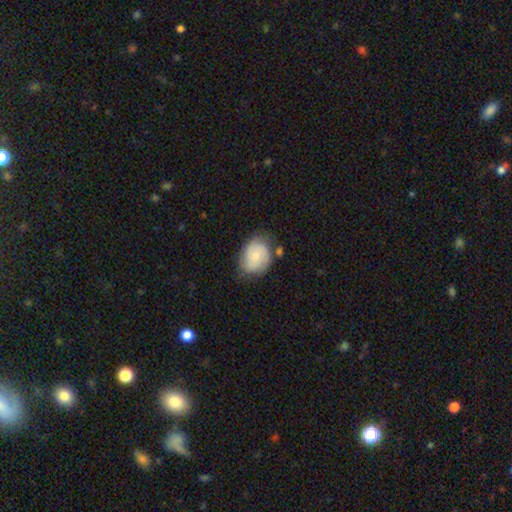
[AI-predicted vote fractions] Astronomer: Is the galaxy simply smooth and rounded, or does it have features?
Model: smooth — 54% (runner-up: featured or disk, 39%).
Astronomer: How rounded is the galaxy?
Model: round — 53% (runner-up: in between, 46%).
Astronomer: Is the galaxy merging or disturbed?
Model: none — 61%.